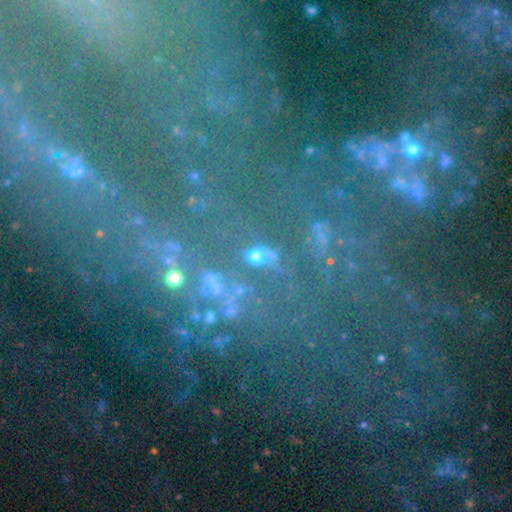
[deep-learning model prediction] Smooth or featured? featured or disk (34%, tied with star or artifact)
Merging? none (40%)